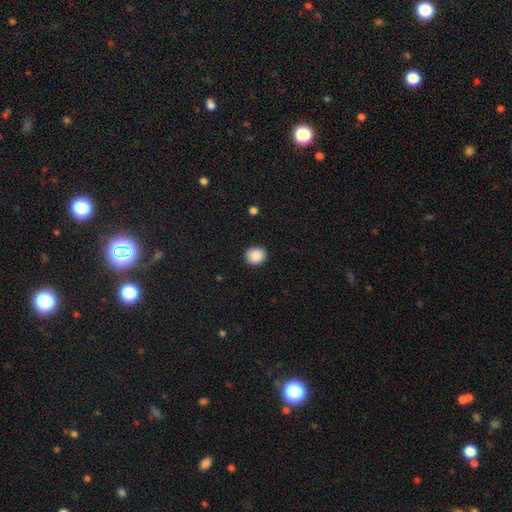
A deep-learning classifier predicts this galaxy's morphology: smooth_or_featured: smooth (p=0.88) [alt: star or artifact p=0.08]
how_rounded: round (p=0.73) [alt: in between p=0.26]
merging: none (p=0.90) [alt: minor disturbance p=0.07]